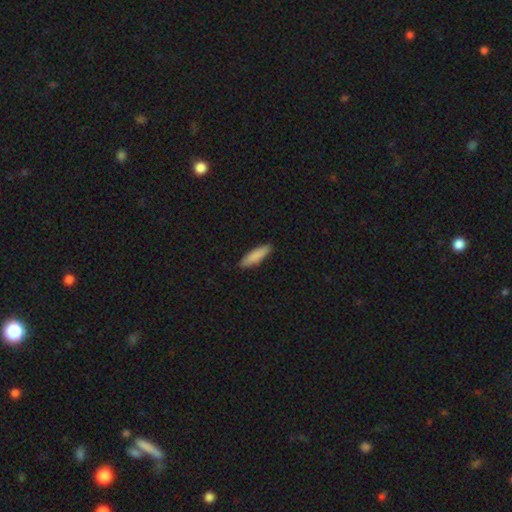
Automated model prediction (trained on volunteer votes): Q: Smooth or featured?
A: smooth (87%); runner-up: featured or disk (8%)
Q: How rounded?
A: cigar-shaped (68%); runner-up: in between (31%)
Q: Merging?
A: none (88%); runner-up: minor disturbance (9%)